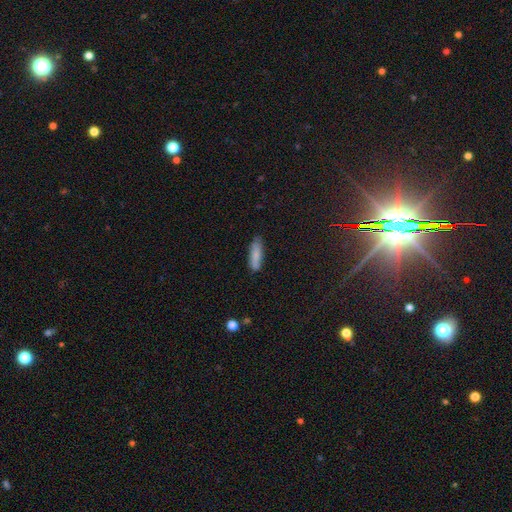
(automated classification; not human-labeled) The model was most divided on "how rounded": cigar-shaped: 52%, in between: 46%, round: 2%. More confident: smooth or featured — smooth (81%); merging — none (78%).